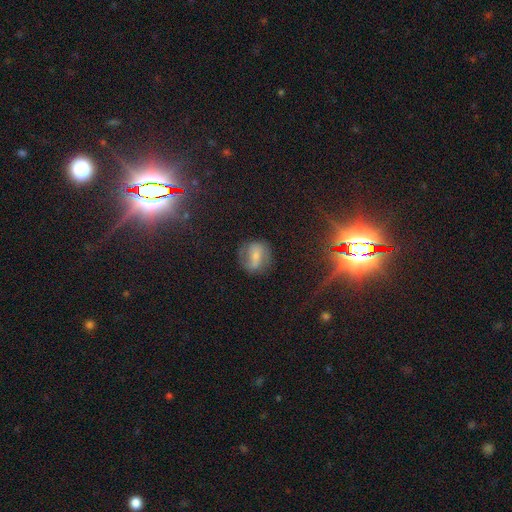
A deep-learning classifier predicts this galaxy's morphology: Smooth or featured? Predicted: featured or disk (p=0.44, tied with smooth). Merging? Predicted: none (p=0.72).